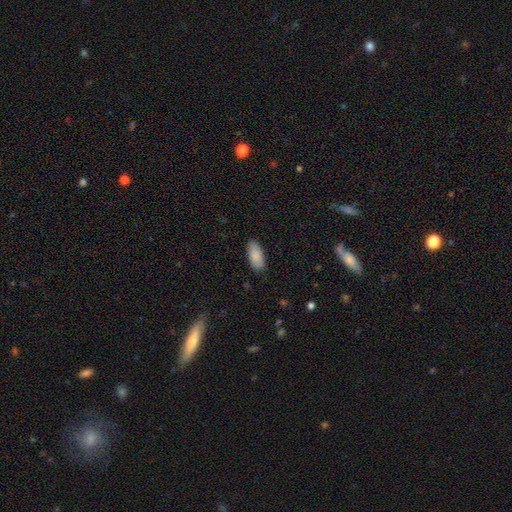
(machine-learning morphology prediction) Overall: smooth (89%). How rounded: in between (89%). Merging: none (85%).